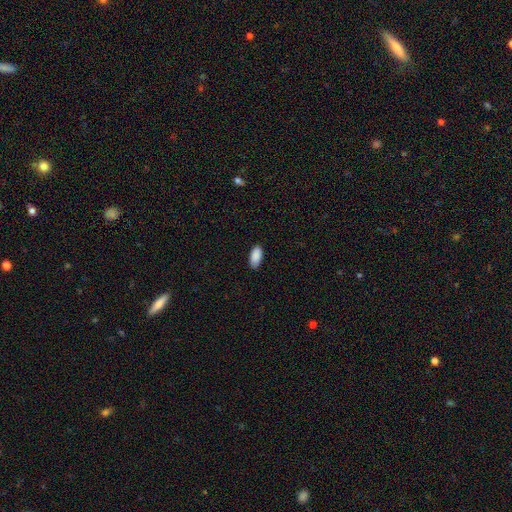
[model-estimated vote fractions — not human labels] smooth_or_featured: smooth (p=0.90) [alt: star or artifact p=0.06]
how_rounded: in between (p=0.94) [alt: cigar-shaped p=0.05]
merging: none (p=0.85) [alt: minor disturbance p=0.12]